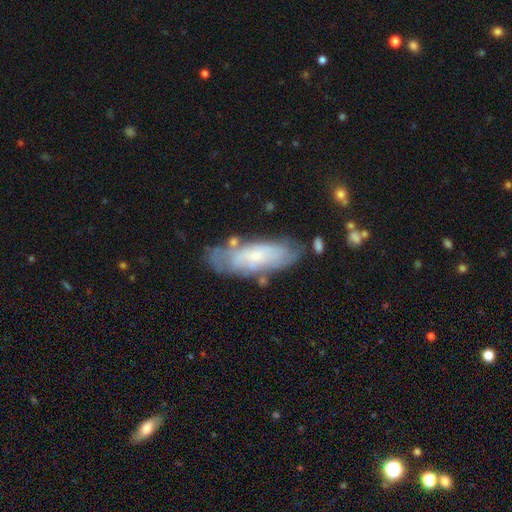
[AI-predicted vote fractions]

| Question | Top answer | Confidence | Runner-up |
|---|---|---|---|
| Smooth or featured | featured or disk | 51% | smooth (41%) |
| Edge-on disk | no | 81% | yes (19%) |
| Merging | none | 66% | minor disturbance (21%) |